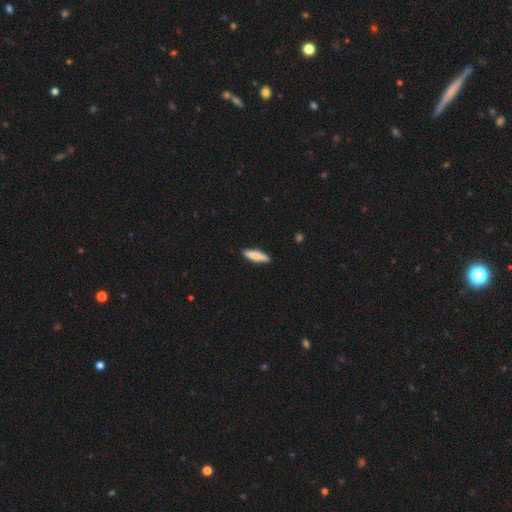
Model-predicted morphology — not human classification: smooth 80%, featured or disk 14%, star or artifact 5%. Down the decision tree: how rounded — cigar-shaped (78%); merging — none (89%).